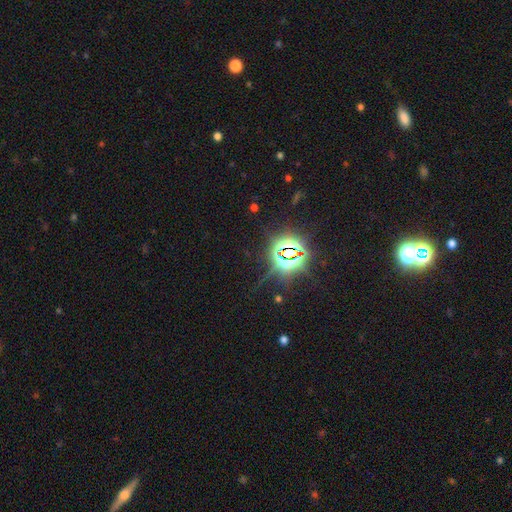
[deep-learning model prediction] Smooth or featured? star or artifact (83%)